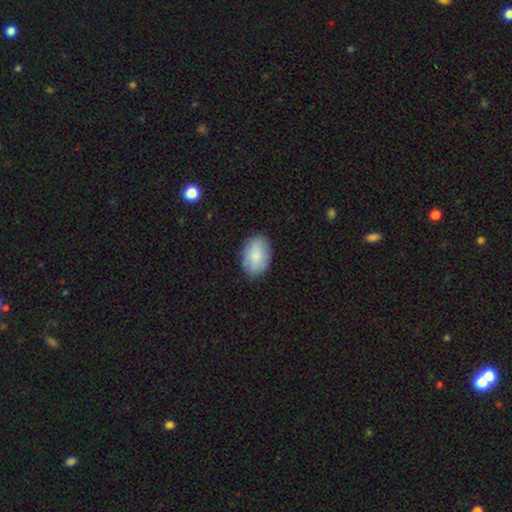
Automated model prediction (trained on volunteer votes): smooth-or-featured: smooth: 85% | featured or disk: 9% | star or artifact: 6%
  how-rounded: in between: 86% | round: 13% | cigar-shaped: 1%
  merging: none: 84% | minor disturbance: 12% | major disturbance: 3% | merger: 1%